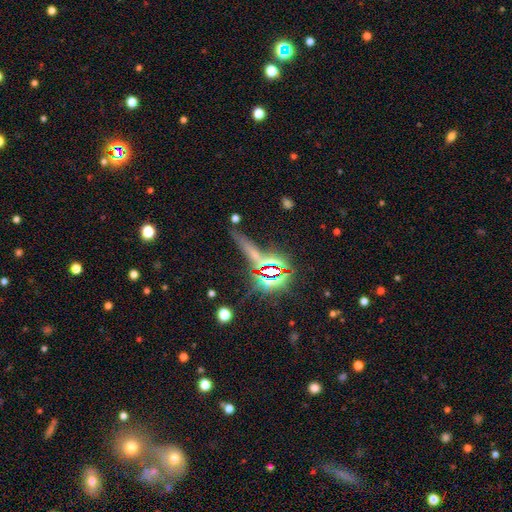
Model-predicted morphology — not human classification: Smooth or featured?
  - star or artifact: 52% *
  - smooth: 29%
  - featured or disk: 20%